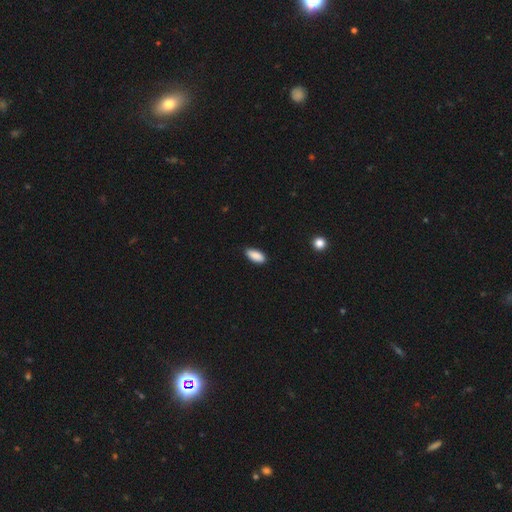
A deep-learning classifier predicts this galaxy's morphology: This is clearly a smooth galaxy (89%). How rounded: clearly in between (87%). Merging: clearly none (83%).